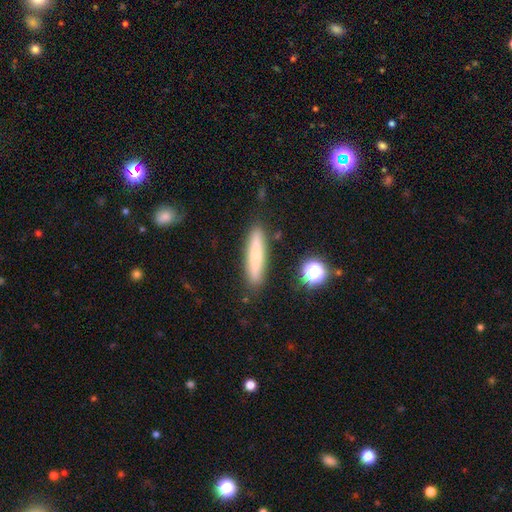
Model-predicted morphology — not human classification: type=smooth (62%); roundness=cigar-shaped (87%); merging=none (87%).